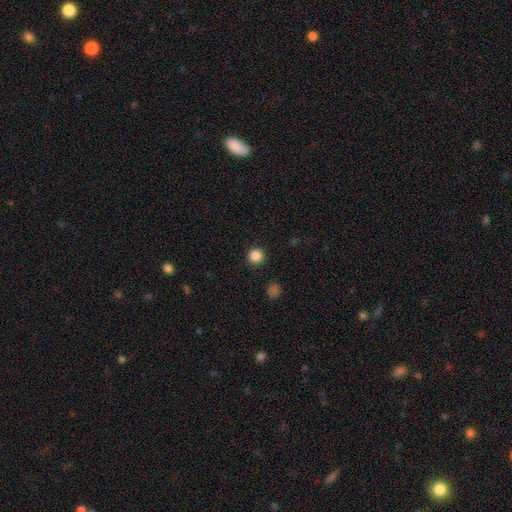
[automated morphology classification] Q: Smooth or featured?
A: smooth (85%); runner-up: star or artifact (11%)
Q: How rounded?
A: round (96%); runner-up: in between (3%)
Q: Merging?
A: none (93%); runner-up: minor disturbance (4%)